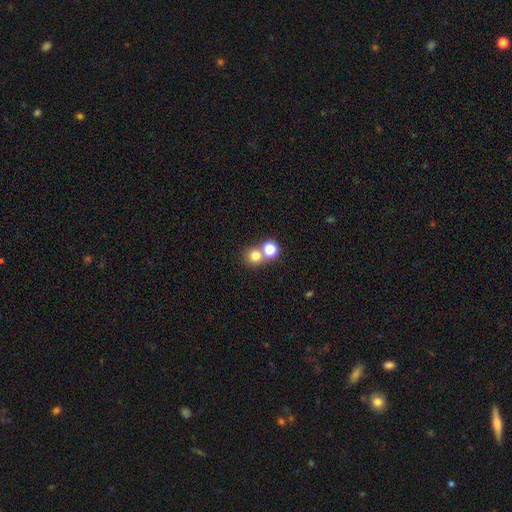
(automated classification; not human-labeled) smooth 76%, star or artifact 15%, featured or disk 8%. Down the decision tree: how rounded — round (89%); merging — none (54%).